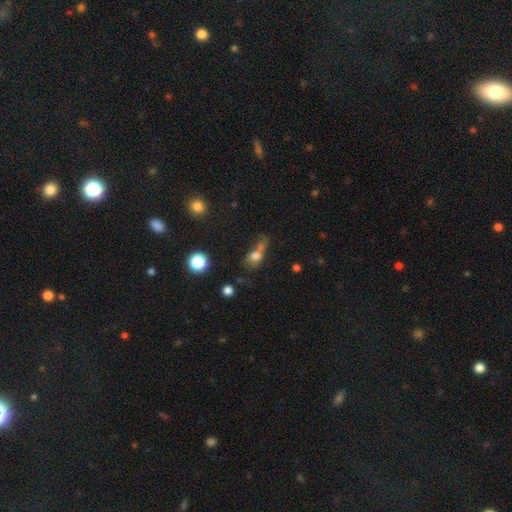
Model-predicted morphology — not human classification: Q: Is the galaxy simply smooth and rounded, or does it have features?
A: smooth — 70%.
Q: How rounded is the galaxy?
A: in between — 48%.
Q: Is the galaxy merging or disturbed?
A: merger — 45%.